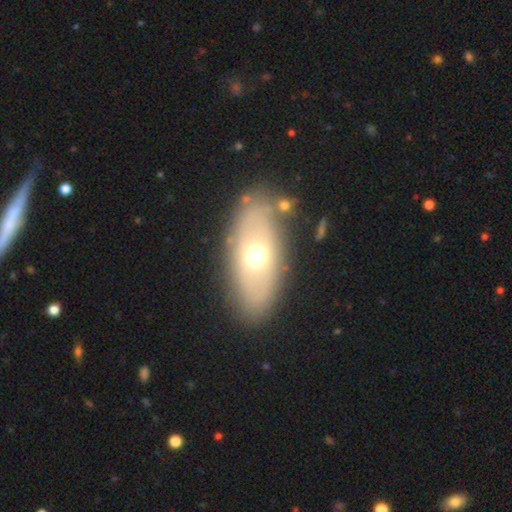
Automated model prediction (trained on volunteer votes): A smooth galaxy with no disk features (52%) that is in between round and cigar-shaped (84%).

Vote fractions:
- Smooth or featured? smooth: 52% / featured or disk: 40% / star or artifact: 8%
- How rounded? in between: 84% / cigar-shaped: 10% / round: 6%
- Merging? none: 82% / minor disturbance: 11% / major disturbance: 4% / merger: 3%